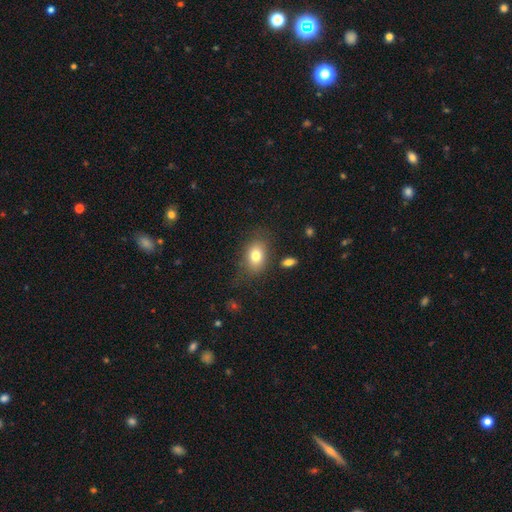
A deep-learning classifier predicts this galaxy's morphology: A smooth galaxy with no disk features (77%) that is in between round and cigar-shaped (75%).

Vote fractions:
- Smooth or featured? smooth: 77% / featured or disk: 13% / star or artifact: 10%
- How rounded? in between: 75% / round: 23% / cigar-shaped: 1%
- Merging? none: 71% / minor disturbance: 18% / major disturbance: 8% / merger: 4%